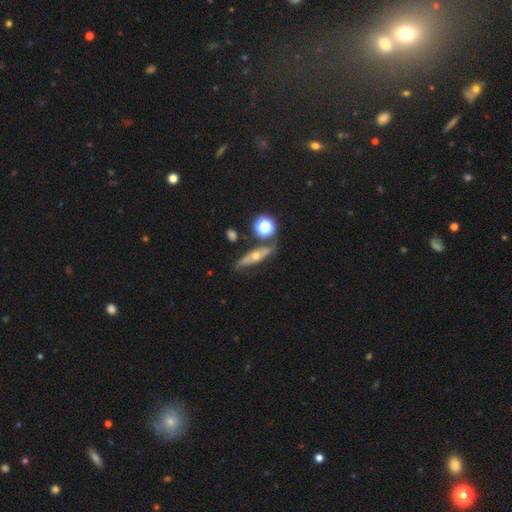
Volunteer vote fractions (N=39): This appears to be a featured or disk galaxy (62%) viewed edge-on (58%) with a rounded central bulge (79%). Merging: none (62%).